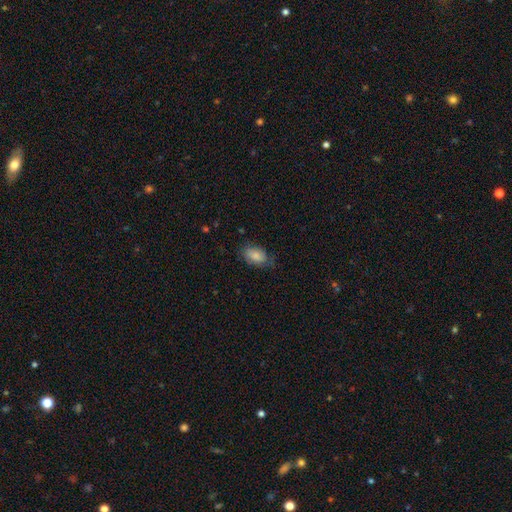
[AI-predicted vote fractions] smooth 78%, featured or disk 15%, star or artifact 7%. Down the decision tree: how rounded — in between (90%); merging — none (64%).